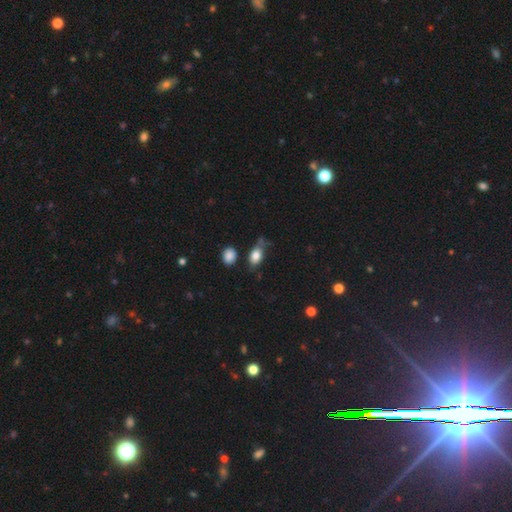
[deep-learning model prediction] Smooth or featured? smooth (82%)
How rounded? in between (84%)
Merging? none (57%)